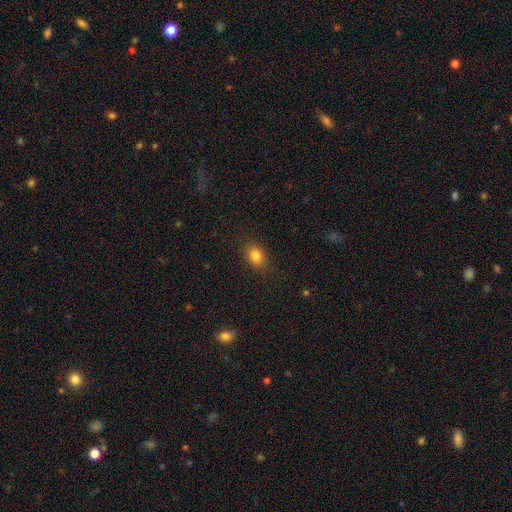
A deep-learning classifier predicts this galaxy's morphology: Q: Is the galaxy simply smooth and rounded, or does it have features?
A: smooth — 83%.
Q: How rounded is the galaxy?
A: in between — 59%.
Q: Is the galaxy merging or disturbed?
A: none — 85%.